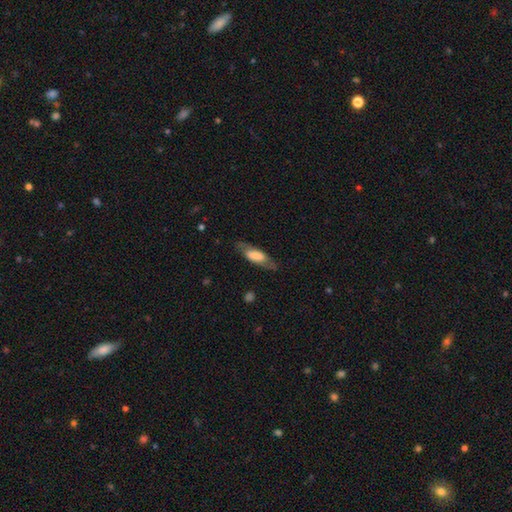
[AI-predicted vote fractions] Smooth or featured: smooth — 57% (featured or disk — 37%)
How rounded: in between — 56% (cigar-shaped — 42%)
Merging: none — 74% (minor disturbance — 18%)